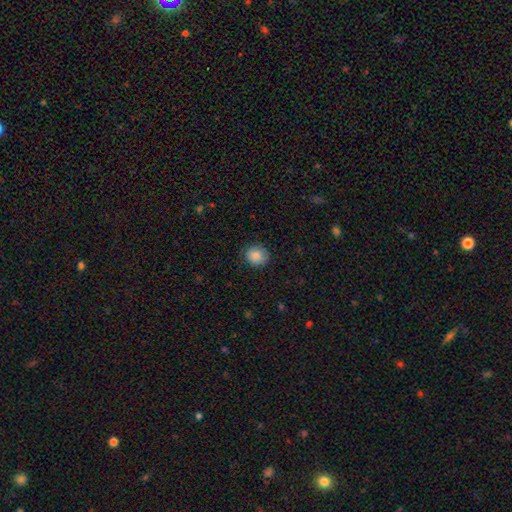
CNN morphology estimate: A smooth galaxy with no disk features (86%) that is round (83%). Merging: none (87%).